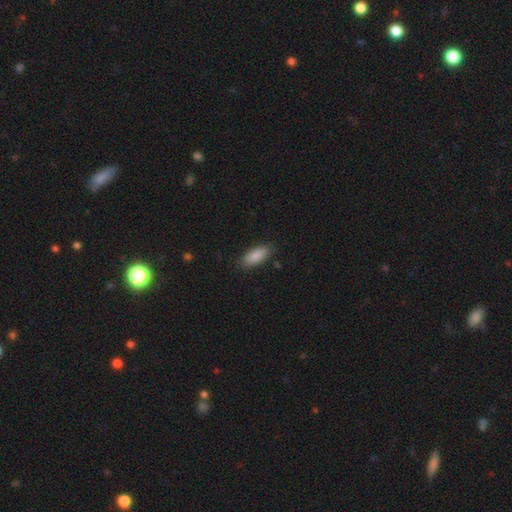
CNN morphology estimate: Smooth or featured: smooth — 87% (featured or disk — 7%)
How rounded: in between — 82% (cigar-shaped — 16%)
Merging: none — 83% (minor disturbance — 13%)